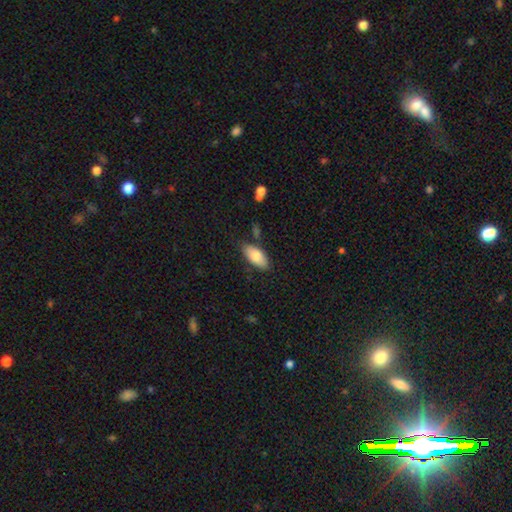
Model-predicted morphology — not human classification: Overall: smooth (80%). How rounded: in between (89%). Merging: none (78%).